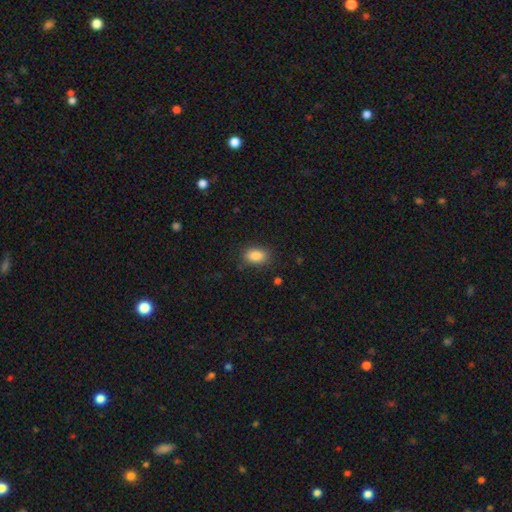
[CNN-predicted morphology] smooth 87%, star or artifact 8%, featured or disk 5%. Down the decision tree: how rounded — in between (85%); merging — none (83%).